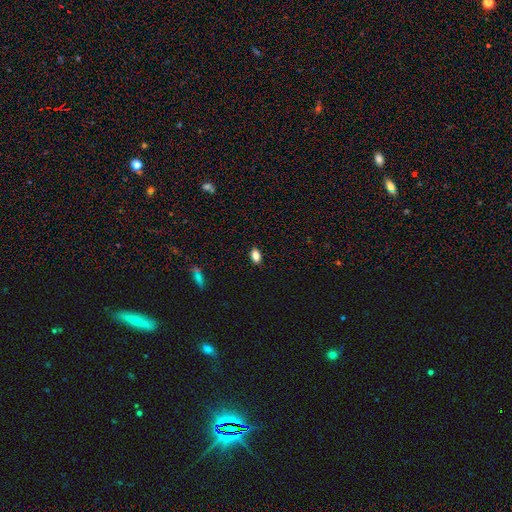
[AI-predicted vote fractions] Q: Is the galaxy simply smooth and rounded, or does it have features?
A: smooth — 83%.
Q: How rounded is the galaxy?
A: in between — 86%.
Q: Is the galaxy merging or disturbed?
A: none — 89%.